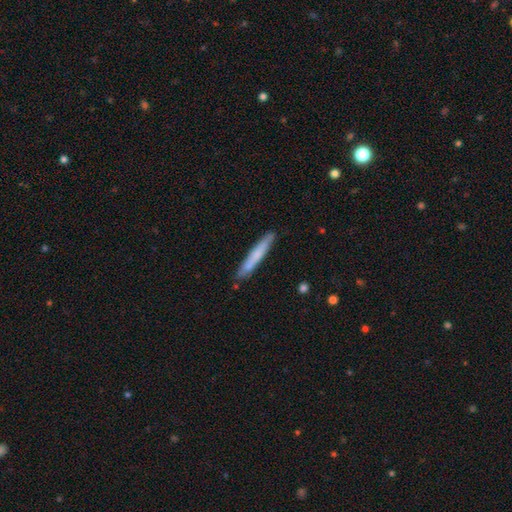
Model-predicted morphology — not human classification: A smooth galaxy with no disk features (67%) that is cigar-shaped (95%). Merging: none (86%).